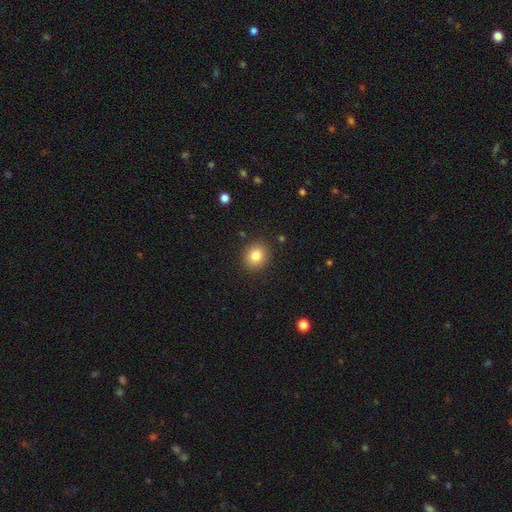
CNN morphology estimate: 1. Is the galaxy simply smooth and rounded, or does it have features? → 83% smooth, 10% star or artifact, 7% featured or disk.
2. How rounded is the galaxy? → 75% round, 24% in between, 1% cigar-shaped.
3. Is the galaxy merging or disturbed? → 89% none, 7% minor disturbance, 2% major disturbance, 1% merger.